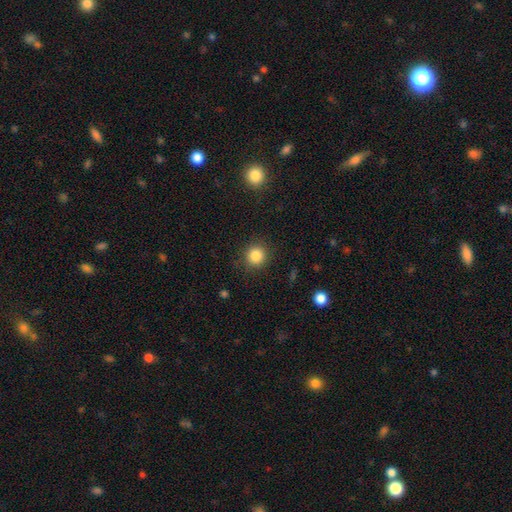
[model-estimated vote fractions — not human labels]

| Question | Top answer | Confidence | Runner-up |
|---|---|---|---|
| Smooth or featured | smooth | 85% | star or artifact (11%) |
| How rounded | round | 91% | in between (8%) |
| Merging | none | 88% | minor disturbance (8%) |